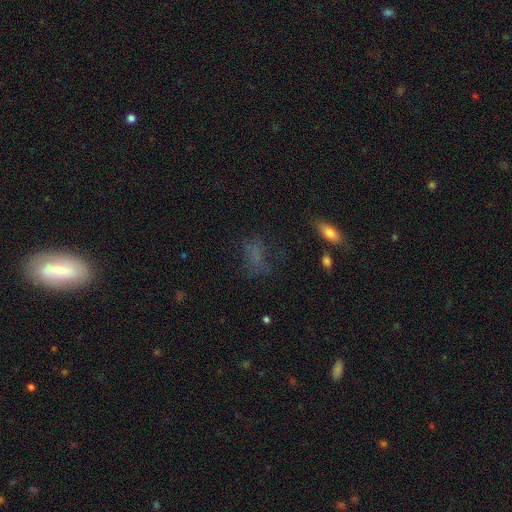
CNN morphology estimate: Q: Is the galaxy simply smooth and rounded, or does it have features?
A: smooth — 54%.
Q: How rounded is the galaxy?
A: in between — 73%.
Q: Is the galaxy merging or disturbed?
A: none — 53%.